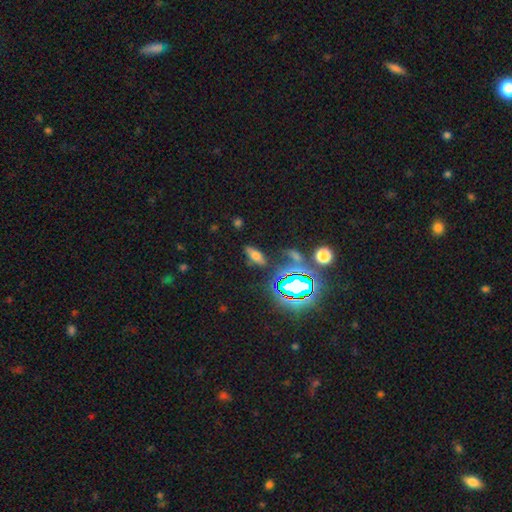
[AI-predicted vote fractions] This appears to be a smooth galaxy with no disk features (52%) that is in between round and cigar-shaped (75%). Merging: none (80%).